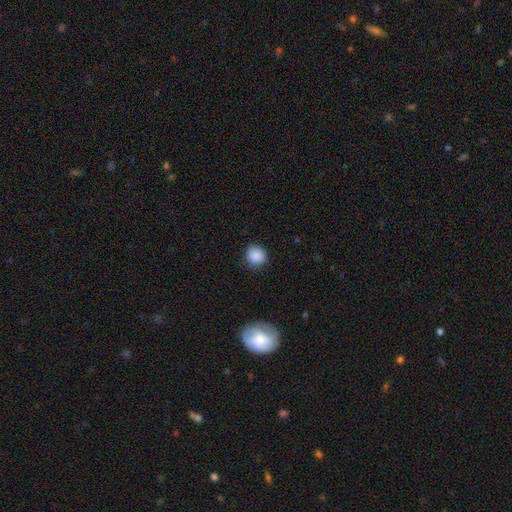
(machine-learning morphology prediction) Smooth or featured: smooth — 87% (star or artifact — 9%)
How rounded: round — 91% (in between — 8%)
Merging: none — 87% (minor disturbance — 10%)